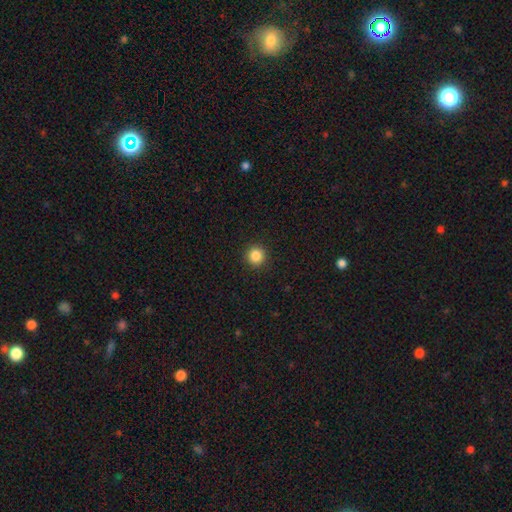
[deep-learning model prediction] Smooth or featured?
  - smooth: 85% *
  - star or artifact: 11%
  - featured or disk: 4%
How rounded?
  - round: 94% *
  - in between: 5%
  - cigar-shaped: 1%
Merging?
  - none: 92% *
  - minor disturbance: 5%
  - major disturbance: 2%
  - merger: 1%